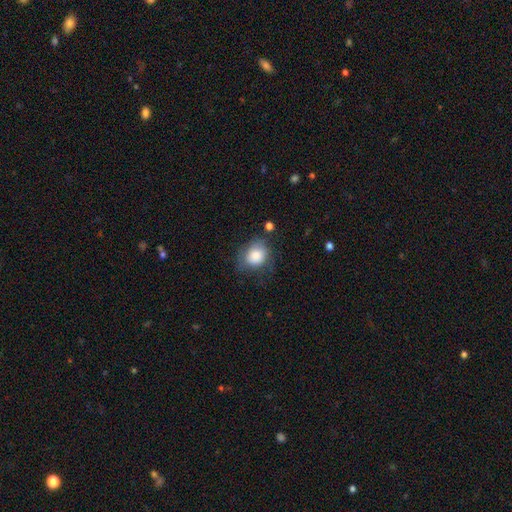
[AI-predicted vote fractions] smooth-or-featured: smooth: 81% | featured or disk: 11% | star or artifact: 8%
  how-rounded: round: 53% | in between: 46% | cigar-shaped: 1%
  merging: none: 56% | minor disturbance: 28% | major disturbance: 12% | merger: 3%